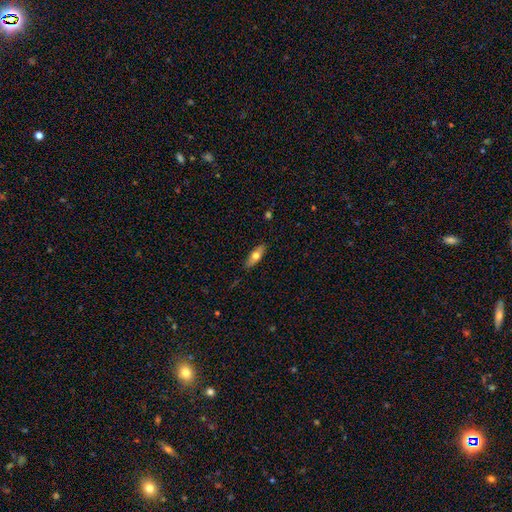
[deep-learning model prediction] smooth_or_featured: smooth (p=0.61) [alt: featured or disk p=0.32]
how_rounded: in between (p=0.66) [alt: cigar-shaped p=0.31]
merging: none (p=0.87) [alt: minor disturbance p=0.10]